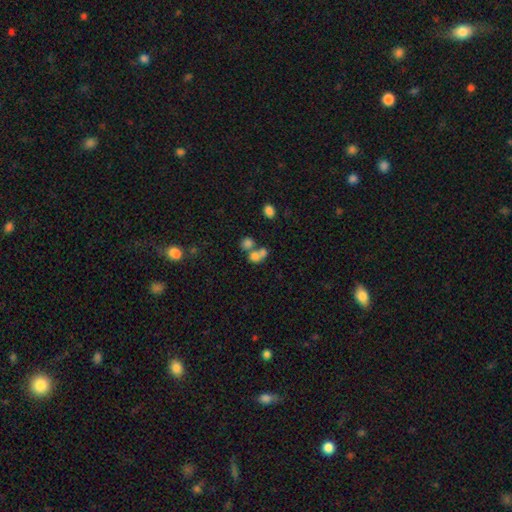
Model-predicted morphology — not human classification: smooth-or-featured: smooth: 70% | featured or disk: 16% | star or artifact: 14%
  how-rounded: round: 64% | in between: 35% | cigar-shaped: 1%
  merging: merger: 59% | none: 29% | minor disturbance: 7% | major disturbance: 5%